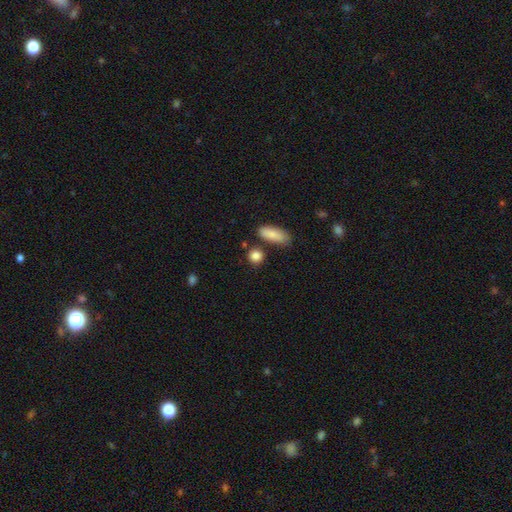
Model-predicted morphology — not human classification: This is clearly a smooth galaxy (86%). How rounded: likely round (76%). Merging: likely none (77%).